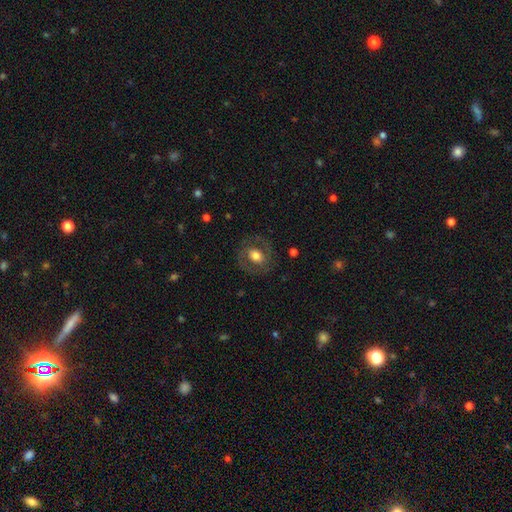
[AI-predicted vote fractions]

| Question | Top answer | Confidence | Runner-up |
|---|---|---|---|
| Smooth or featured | smooth | 50% | featured or disk (43%) |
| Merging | none | 78% | minor disturbance (12%) |